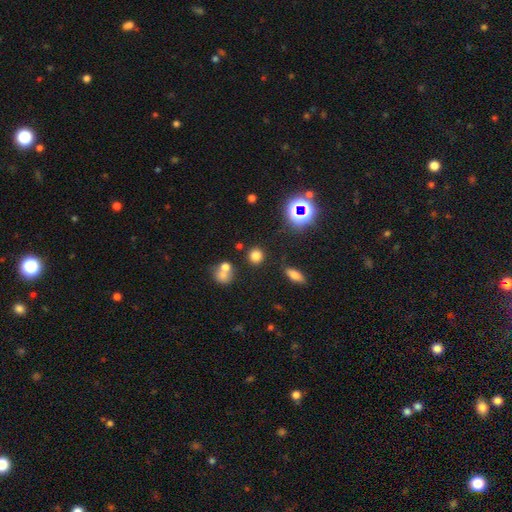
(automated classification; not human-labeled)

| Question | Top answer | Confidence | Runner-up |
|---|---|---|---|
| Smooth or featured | smooth | 74% | star or artifact (19%) |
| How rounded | round | 87% | in between (12%) |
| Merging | none | 80% | merger (9%) |